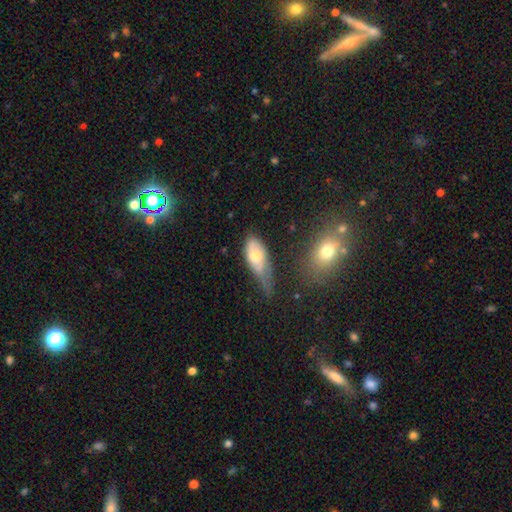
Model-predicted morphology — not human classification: smooth-or-featured: smooth: 58% | featured or disk: 35% | star or artifact: 7%
  how-rounded: in between: 84% | cigar-shaped: 11% | round: 4%
  merging: minor disturbance: 41% | none: 26% | major disturbance: 26% | merger: 7%